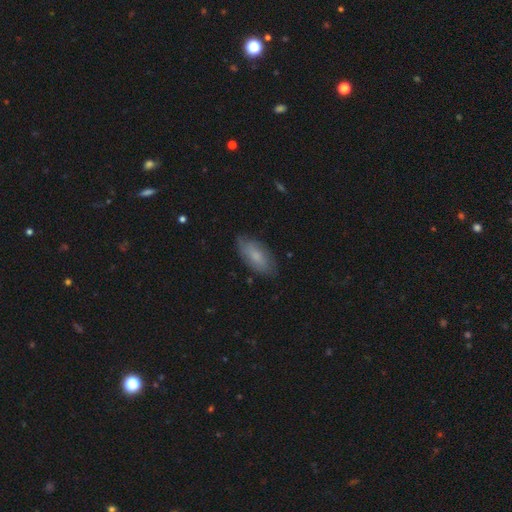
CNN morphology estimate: smooth-or-featured: smooth: 66% | featured or disk: 27% | star or artifact: 7%
  how-rounded: in between: 87% | cigar-shaped: 11% | round: 2%
  merging: none: 76% | minor disturbance: 19% | major disturbance: 4% | merger: 1%